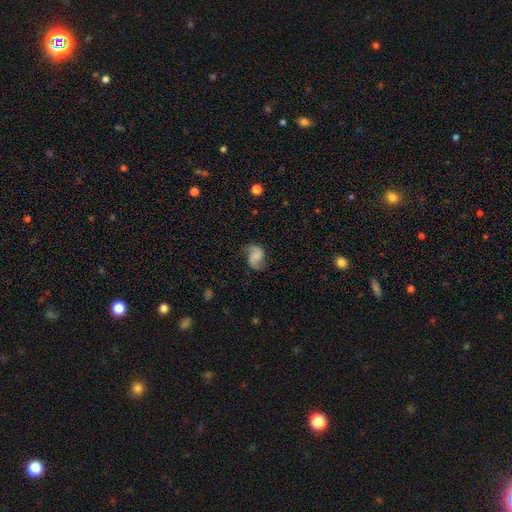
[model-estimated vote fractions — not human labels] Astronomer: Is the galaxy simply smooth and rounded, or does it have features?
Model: featured or disk — 73%.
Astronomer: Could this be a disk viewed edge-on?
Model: no — 98%.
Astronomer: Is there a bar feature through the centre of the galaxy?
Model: no — 53% (runner-up: weak, 36%).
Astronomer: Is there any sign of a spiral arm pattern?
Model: yes — 95%.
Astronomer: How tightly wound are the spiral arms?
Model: loose — 54% (runner-up: medium, 36%).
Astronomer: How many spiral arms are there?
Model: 2 — 88%.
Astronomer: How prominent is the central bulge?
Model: none — 57%.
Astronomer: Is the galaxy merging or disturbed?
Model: none — 69%.